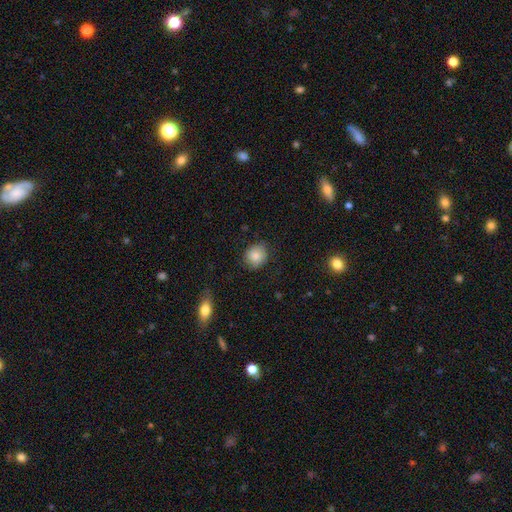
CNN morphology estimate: This appears to be a smooth galaxy with no disk features (85%) that is round (75%). Merging: none (81%).